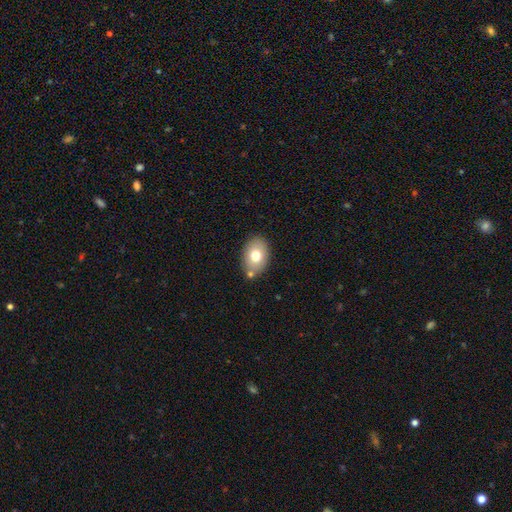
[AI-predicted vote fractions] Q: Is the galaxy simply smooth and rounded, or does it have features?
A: smooth — 74%.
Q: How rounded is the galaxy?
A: in between — 81%.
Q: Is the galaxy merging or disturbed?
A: none — 75%.